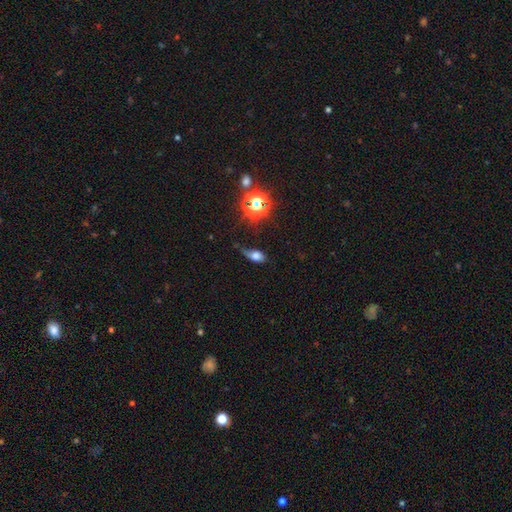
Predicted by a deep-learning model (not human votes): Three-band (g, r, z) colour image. It shows a smooth galaxy with no disk features (67%) that is in between round and cigar-shaped (77%). Merging: none (40%).